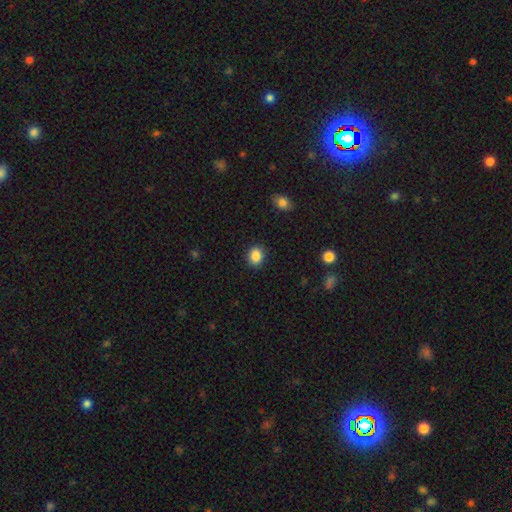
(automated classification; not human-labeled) Overall: smooth (87%). How rounded: round (60%; in between 39%). Merging: none (89%).